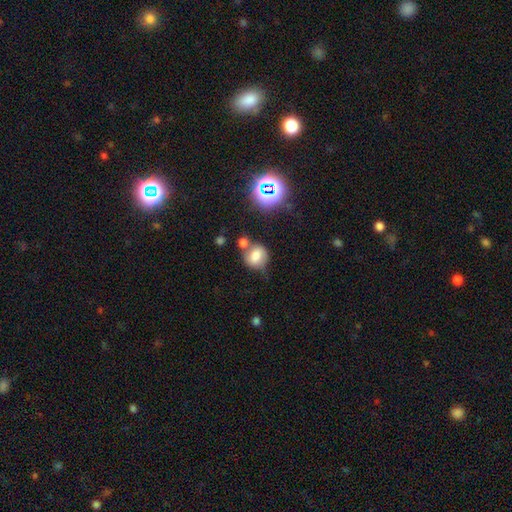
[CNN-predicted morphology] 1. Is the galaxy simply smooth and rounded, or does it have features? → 68% smooth, 16% featured or disk, 16% star or artifact.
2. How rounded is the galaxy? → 70% round, 29% in between, 1% cigar-shaped.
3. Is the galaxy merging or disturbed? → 52% none, 21% minor disturbance, 20% merger, 7% major disturbance.